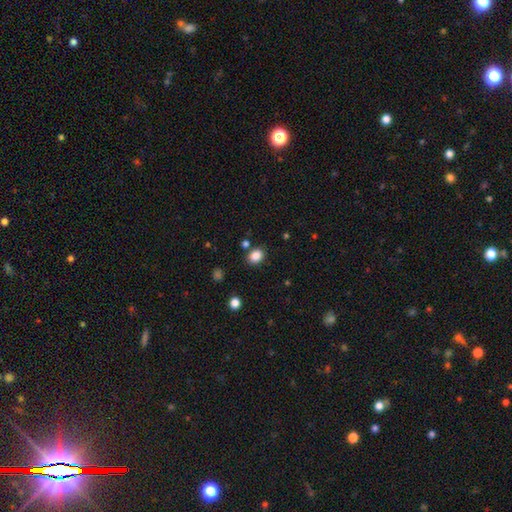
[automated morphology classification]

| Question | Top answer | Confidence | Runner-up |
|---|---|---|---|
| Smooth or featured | smooth | 86% | star or artifact (11%) |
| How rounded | in between | 54% | round (46%) |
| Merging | none | 81% | minor disturbance (11%) |